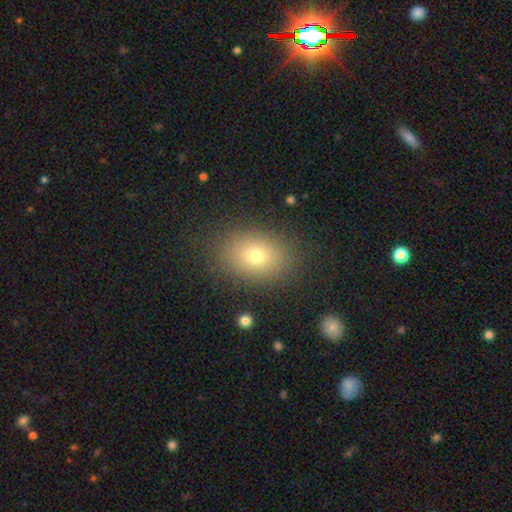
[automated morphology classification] smooth-or-featured: smooth: 73% | star or artifact: 14% | featured or disk: 13%
  how-rounded: in between: 70% | round: 29% | cigar-shaped: 1%
  merging: none: 86% | minor disturbance: 9% | major disturbance: 4% | merger: 1%